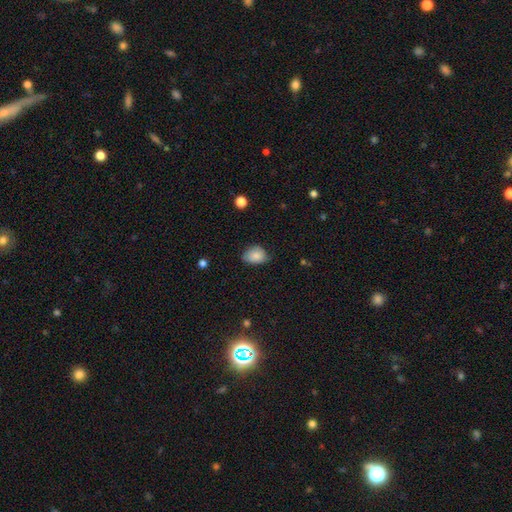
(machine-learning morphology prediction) Overall: smooth (82%). How rounded: in between (72%). Merging: none (55%; minor disturbance 37%).